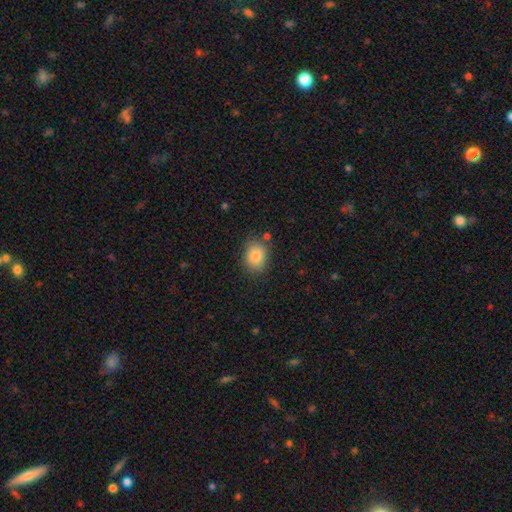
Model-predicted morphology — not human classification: Smooth or featured? smooth (85%)
How rounded? in between (54%)
Merging? none (79%)